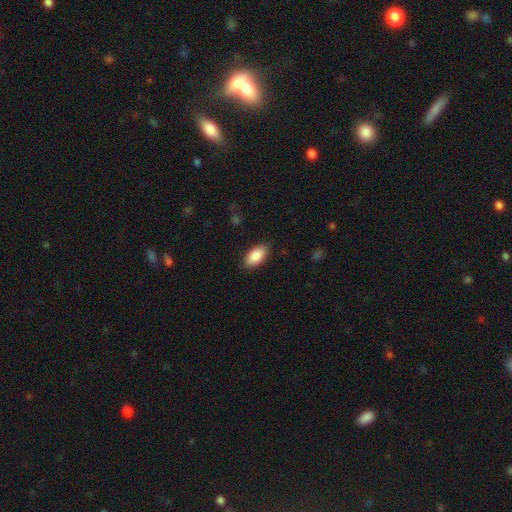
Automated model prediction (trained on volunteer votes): smooth 89%, star or artifact 6%, featured or disk 5%. Down the decision tree: how rounded — in between (93%); merging — none (87%).